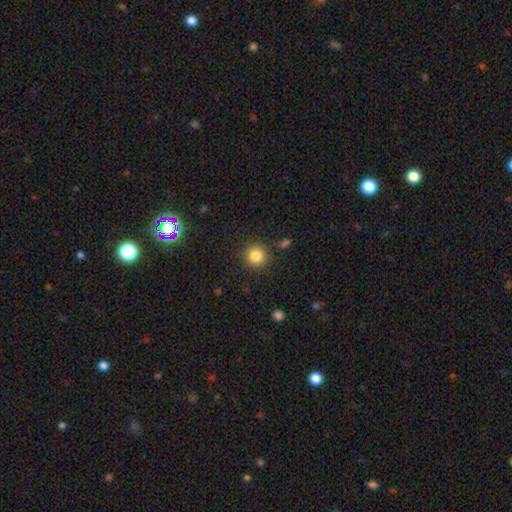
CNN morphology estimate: A smooth galaxy with no disk features (84%) that is round (94%). Merging: none (89%).